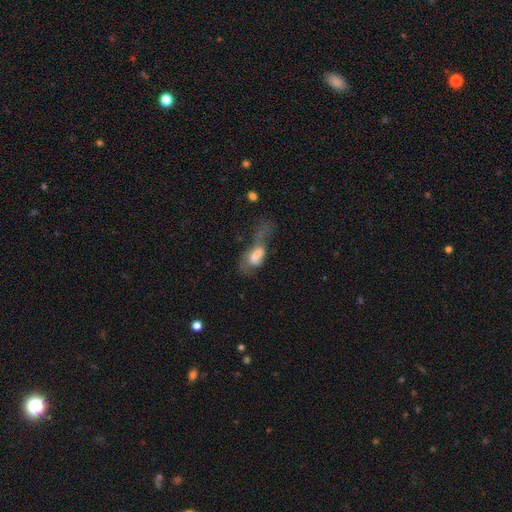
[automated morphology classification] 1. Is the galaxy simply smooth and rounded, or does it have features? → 54% smooth, 35% featured or disk, 10% star or artifact.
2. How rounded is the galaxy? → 82% in between, 11% cigar-shaped, 7% round.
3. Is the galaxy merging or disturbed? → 61% major disturbance, 15% minor disturbance, 14% none, 9% merger.